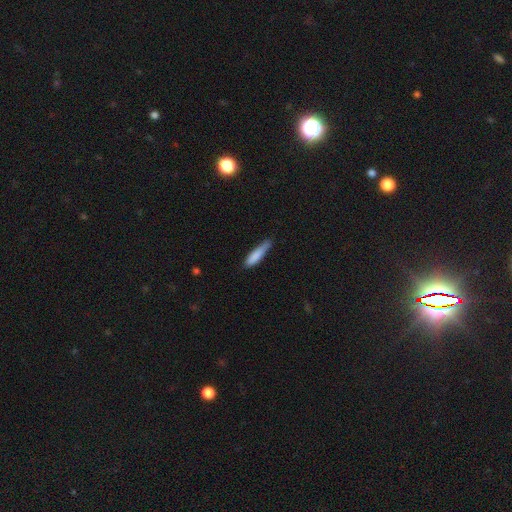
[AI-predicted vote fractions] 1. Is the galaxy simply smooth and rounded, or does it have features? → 84% smooth, 10% featured or disk, 6% star or artifact.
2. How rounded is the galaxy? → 79% cigar-shaped, 19% in between, 1% round.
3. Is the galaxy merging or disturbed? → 60% none, 32% minor disturbance, 6% major disturbance, 2% merger.